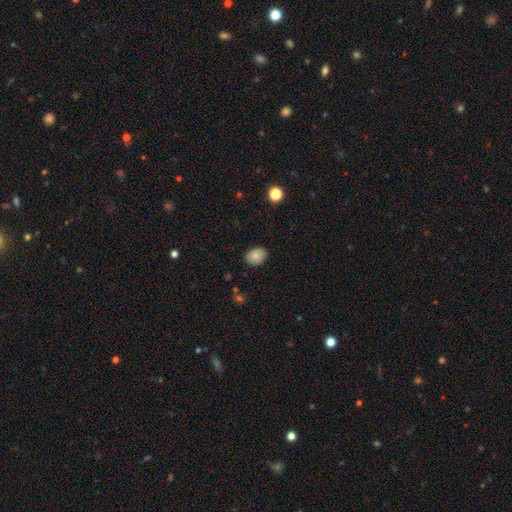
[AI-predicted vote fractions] Smooth or featured? smooth (83%)
How rounded? in between (69%)
Merging? none (85%)